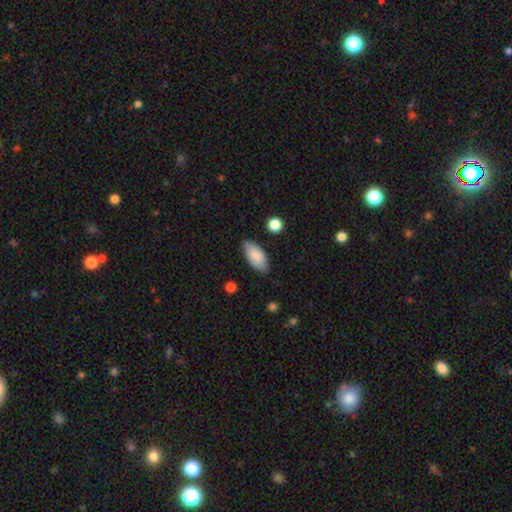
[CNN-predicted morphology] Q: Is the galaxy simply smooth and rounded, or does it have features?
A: smooth — 83%.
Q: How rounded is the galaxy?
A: in between — 89%.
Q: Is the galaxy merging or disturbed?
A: none — 82%.